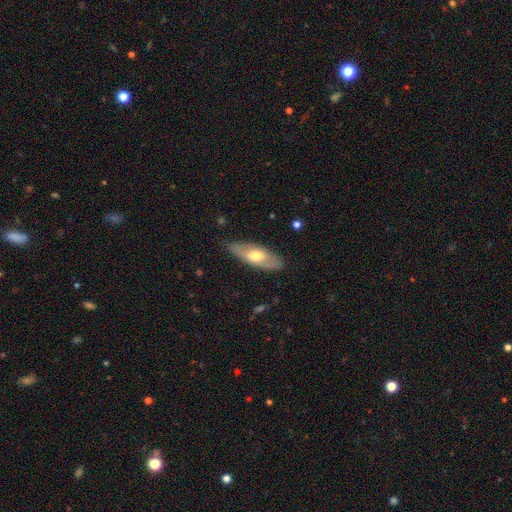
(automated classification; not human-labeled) A smooth galaxy with no disk features (51%) that is in between round and cigar-shaped (76%). Merging: none (82%).